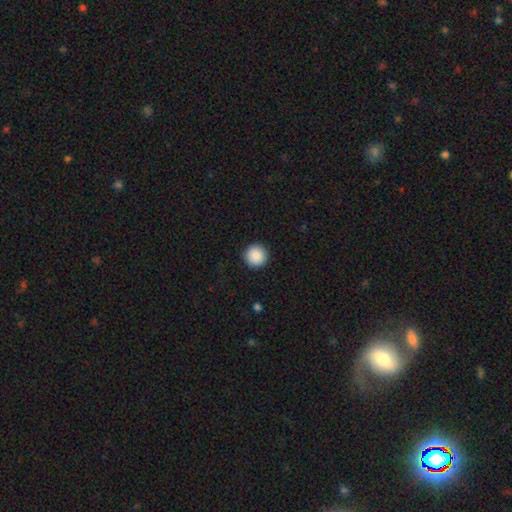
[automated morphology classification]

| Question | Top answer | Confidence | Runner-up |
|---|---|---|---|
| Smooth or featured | smooth | 89% | star or artifact (8%) |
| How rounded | round | 96% | in between (3%) |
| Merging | none | 92% | minor disturbance (5%) |